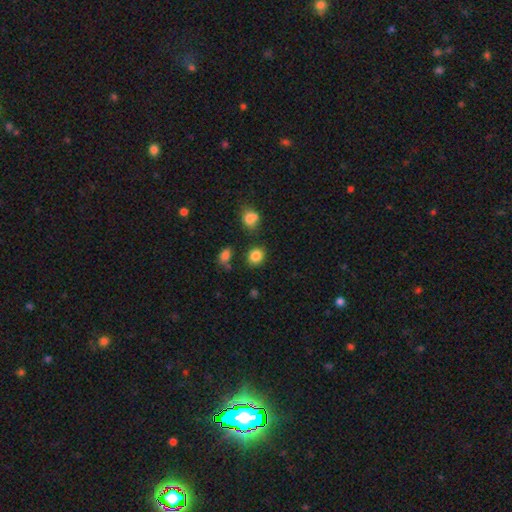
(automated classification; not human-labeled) Overall: smooth (84%). How rounded: round (65%; in between 34%). Merging: none (80%).